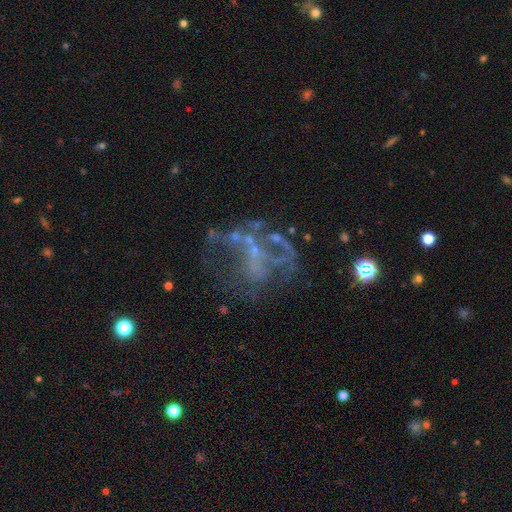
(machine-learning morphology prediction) A featured or disk galaxy (64%) with no bar (80%), no spiral arms (77%) and no central bulge (65%).

Vote fractions:
- Smooth or featured? featured or disk: 64% / star or artifact: 22% / smooth: 14%
- Edge-on disk? no: 98% / yes: 2%
- Bar? no: 80% / weak: 15% / strong: 5%
- Spiral arms? no: 77% / yes: 23%
- Bulge size? none: 65% / small: 26% / moderate: 7% / large: 1% / dominant: 1%
- Merging? none: 41% / major disturbance: 36% / minor disturbance: 15% / merger: 8%